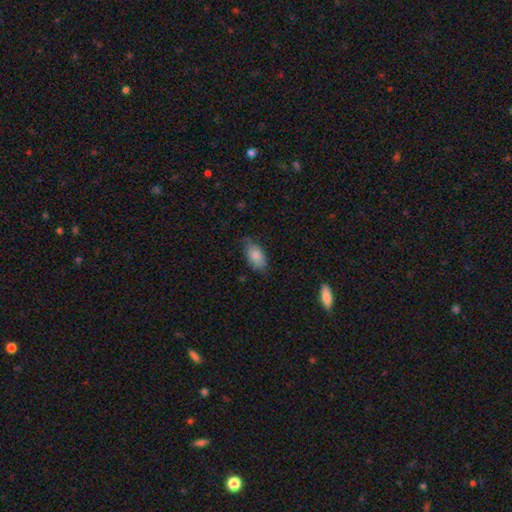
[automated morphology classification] Smooth or featured?
  - smooth: 84% *
  - featured or disk: 9%
  - star or artifact: 7%
How rounded?
  - in between: 92% *
  - round: 4%
  - cigar-shaped: 3%
Merging?
  - none: 67% *
  - minor disturbance: 26%
  - major disturbance: 5%
  - merger: 2%